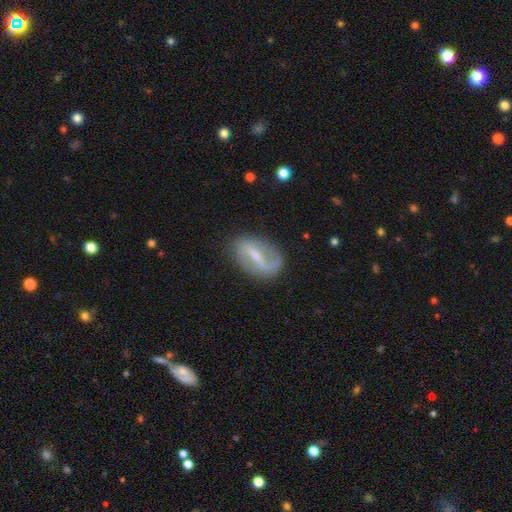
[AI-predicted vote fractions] featured or disk 73%, smooth 20%, star or artifact 7%. Down the decision tree: edge-on disk — no (94%); bar — strong (49%); spiral arms — yes (76%); spiral arm count — 2 (65%); spiral winding — loose (51%); bulge size — small (53%); merging — none (70%).